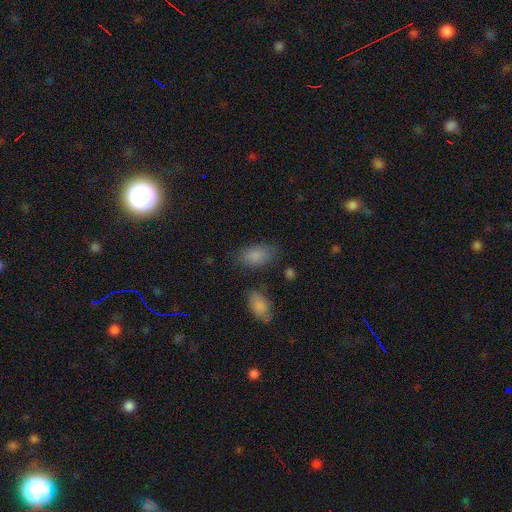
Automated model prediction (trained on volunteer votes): A smooth galaxy with no disk features (85%) that is in between round and cigar-shaped (92%). Merging: none (76%).